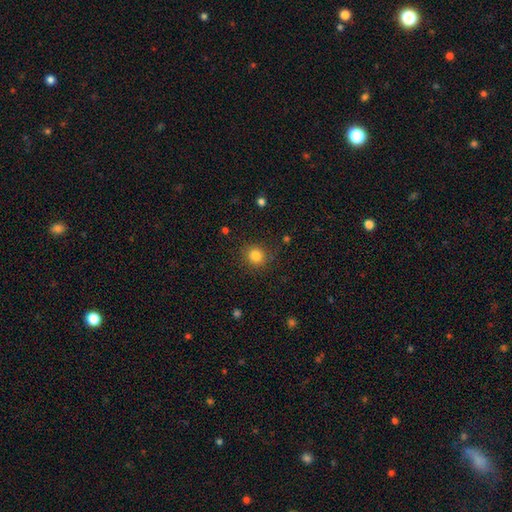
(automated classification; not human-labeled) Smooth or featured: smooth — 82% (star or artifact — 12%)
How rounded: round — 89% (in between — 10%)
Merging: none — 88% (minor disturbance — 8%)